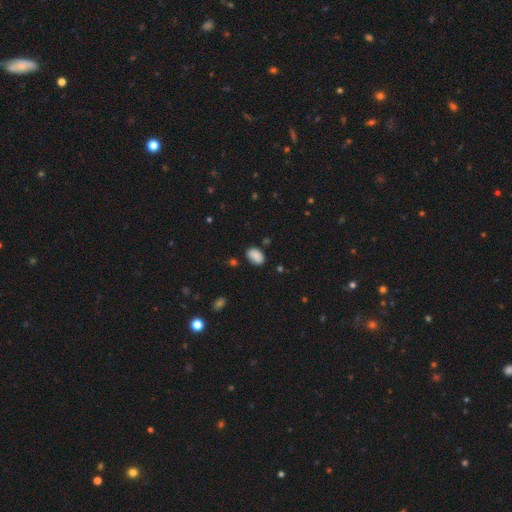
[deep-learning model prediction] smooth_or_featured: smooth (p=0.87) [alt: star or artifact p=0.08]
how_rounded: in between (p=0.88) [alt: round p=0.11]
merging: none (p=0.80) [alt: minor disturbance p=0.14]